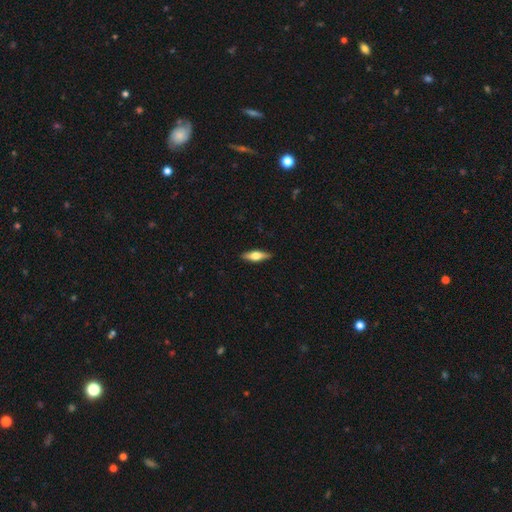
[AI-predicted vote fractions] Morphology: type=smooth (48%); merging=none (90%).